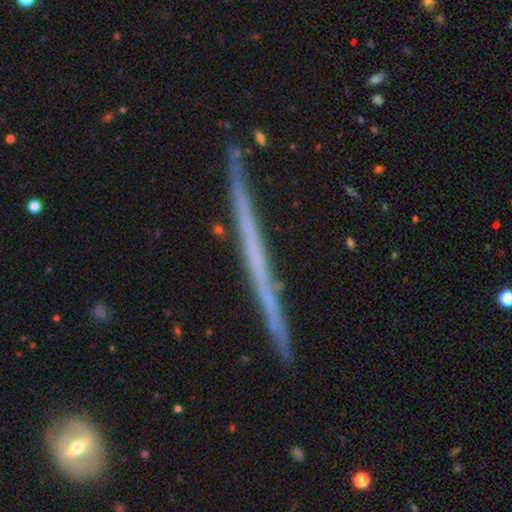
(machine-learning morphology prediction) A featured or disk galaxy (67%) viewed edge-on (97%) with no central bulge (93%). Merging: none (90%).